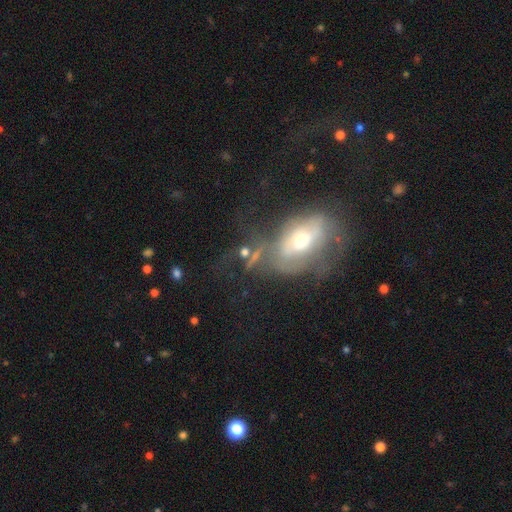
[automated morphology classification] smooth-or-featured: featured or disk: 51% | smooth: 33% | star or artifact: 16%
  disk-edge-on: no: 85% | yes: 15%
  merging: major disturbance: 37% | none: 31% | minor disturbance: 20% | merger: 12%